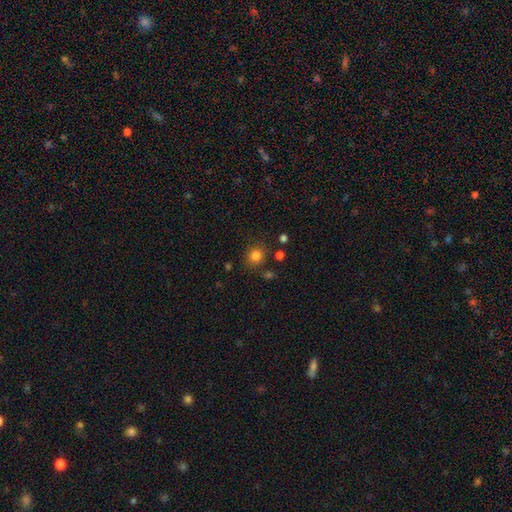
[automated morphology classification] Overall: smooth (82%). How rounded: round (84%). Merging: none (81%).